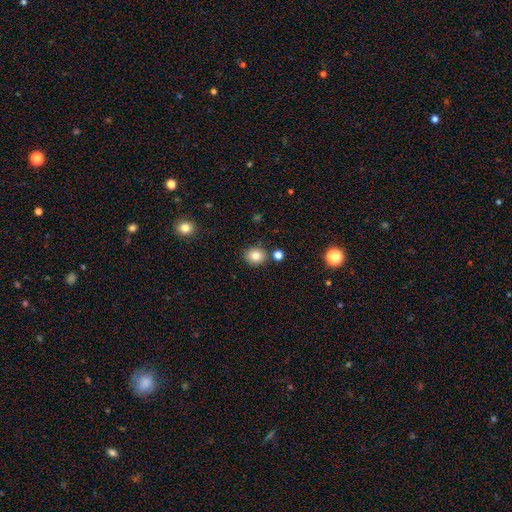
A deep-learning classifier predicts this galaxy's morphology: smooth_or_featured: smooth (p=0.83) [alt: star or artifact p=0.11]
how_rounded: round (p=0.73) [alt: in between p=0.26]
merging: none (p=0.82) [alt: minor disturbance p=0.09]